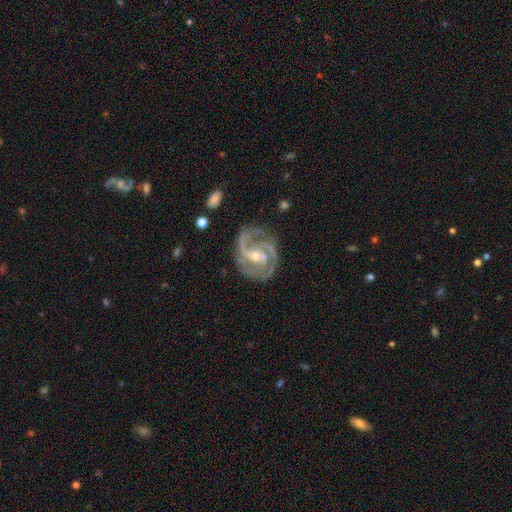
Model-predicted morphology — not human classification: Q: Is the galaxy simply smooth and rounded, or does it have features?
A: featured or disk — 92%.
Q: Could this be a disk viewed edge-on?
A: no — 98%.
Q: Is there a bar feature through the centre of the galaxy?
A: weak — 40%.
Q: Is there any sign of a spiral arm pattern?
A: yes — 98%.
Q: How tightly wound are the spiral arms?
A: medium — 52%.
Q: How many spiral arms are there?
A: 2 — 49%.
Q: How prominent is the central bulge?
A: small — 54%.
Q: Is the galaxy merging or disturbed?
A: none — 69%.